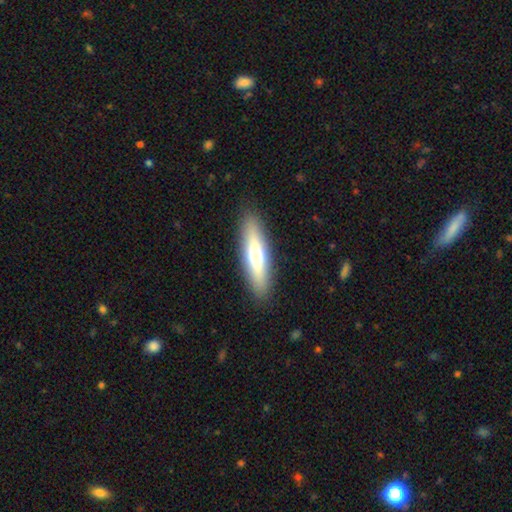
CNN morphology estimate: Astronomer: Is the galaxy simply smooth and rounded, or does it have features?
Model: smooth — 57% (runner-up: featured or disk, 36%).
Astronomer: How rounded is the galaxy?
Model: cigar-shaped — 70%.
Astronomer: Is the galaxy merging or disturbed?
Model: none — 89%.